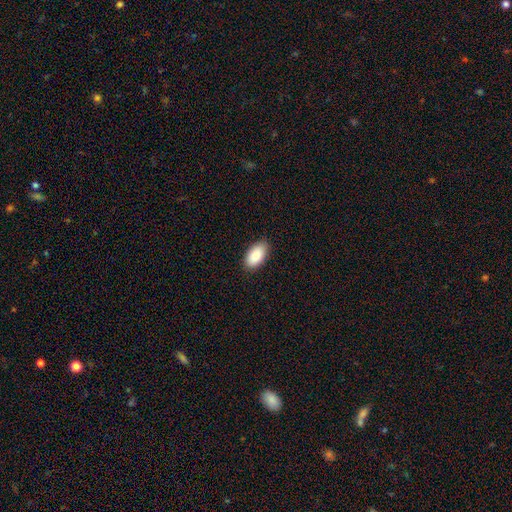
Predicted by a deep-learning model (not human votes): A smooth galaxy with no disk features (88%) that is in between round and cigar-shaped (95%).

Vote fractions:
- Smooth or featured? smooth: 88% / star or artifact: 6% / featured or disk: 6%
- How rounded? in between: 95% / round: 3% / cigar-shaped: 2%
- Merging? none: 87% / minor disturbance: 10% / major disturbance: 2% / merger: 1%